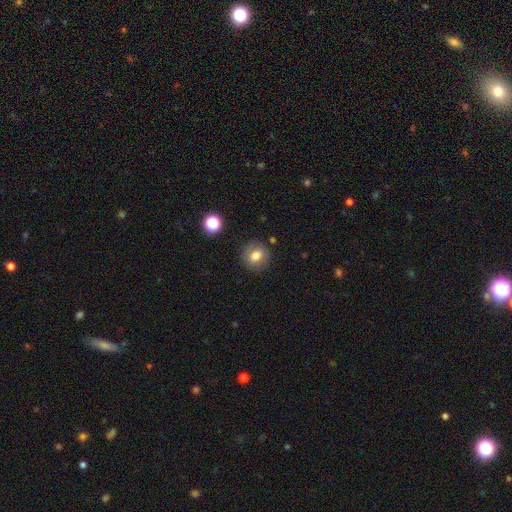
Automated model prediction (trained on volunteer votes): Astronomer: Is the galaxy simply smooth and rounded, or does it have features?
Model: smooth — 76%.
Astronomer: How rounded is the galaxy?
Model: round — 75%.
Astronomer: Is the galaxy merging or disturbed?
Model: none — 84%.